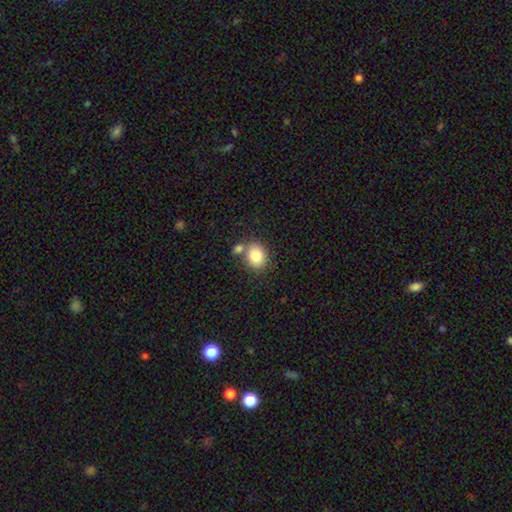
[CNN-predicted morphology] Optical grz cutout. It shows a smooth galaxy with no disk features (84%) that is round (52%). Merging: none (61%).